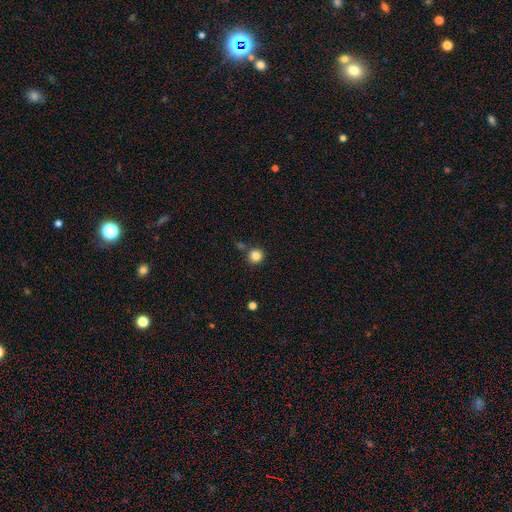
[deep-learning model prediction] smooth 85%, star or artifact 11%, featured or disk 4%. Down the decision tree: how rounded — round (91%); merging — none (79%).